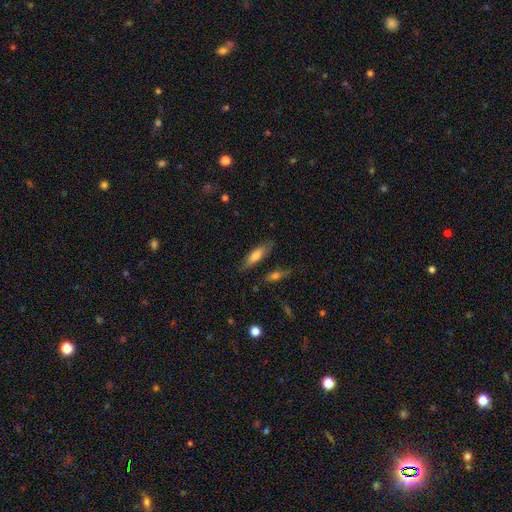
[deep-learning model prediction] Smooth or featured? smooth (69%)
How rounded? cigar-shaped (52%)
Merging? none (76%)